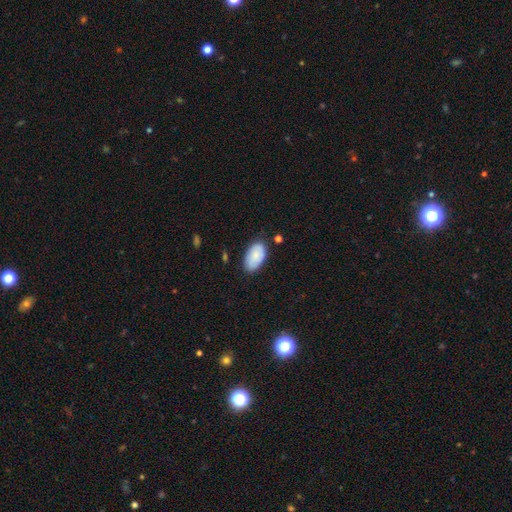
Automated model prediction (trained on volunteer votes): Smooth or featured: smooth — 78% (featured or disk — 15%)
How rounded: in between — 94% (round — 4%)
Merging: none — 76% (minor disturbance — 18%)